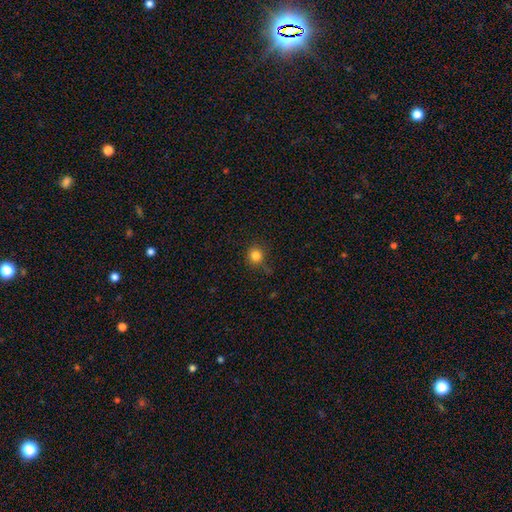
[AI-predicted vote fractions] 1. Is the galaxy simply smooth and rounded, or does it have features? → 83% smooth, 13% star or artifact, 5% featured or disk.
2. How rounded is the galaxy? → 92% round, 8% in between, 1% cigar-shaped.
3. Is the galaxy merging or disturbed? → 82% none, 13% minor disturbance, 3% major disturbance, 2% merger.